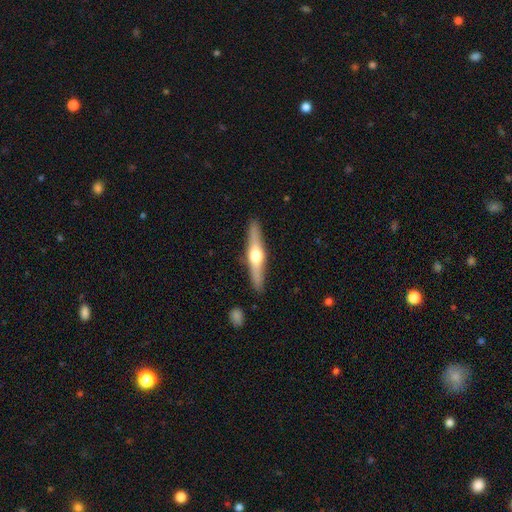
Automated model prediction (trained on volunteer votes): Overall: featured or disk (68%). Edge-on disk: yes (97%). Edge-on bulge: rounded (95%). Merging: none (90%).